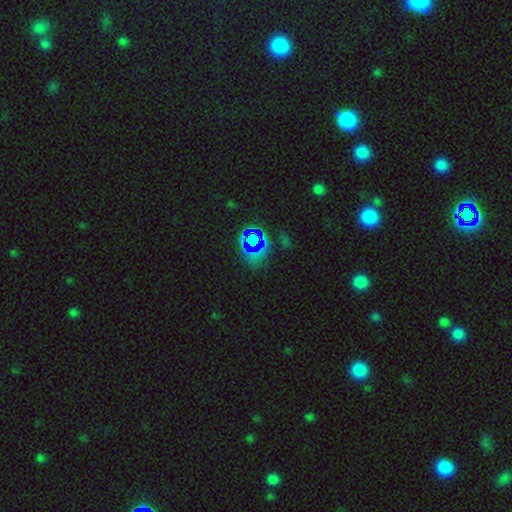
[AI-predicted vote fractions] A star or artifact, not a galaxy (61%).

Vote fractions:
- Smooth or featured? star or artifact: 61% / smooth: 25% / featured or disk: 14%